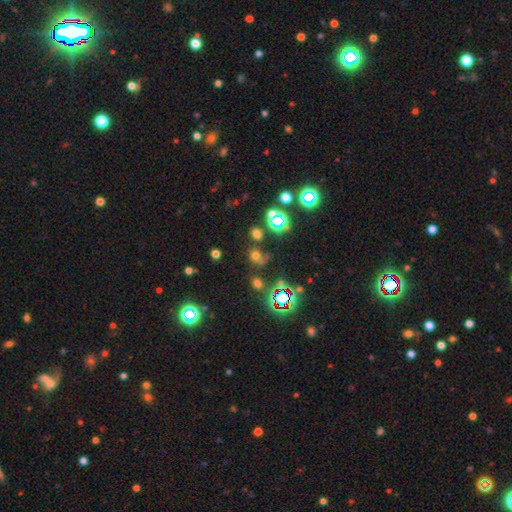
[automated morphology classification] Smooth or featured? Predicted: smooth (p=0.48). Merging? Predicted: none (p=0.55).